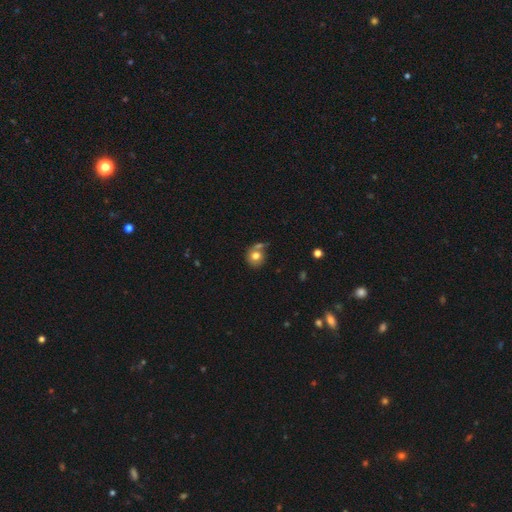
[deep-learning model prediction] Overall: smooth (74%). How rounded: round (82%). Merging: none (50%; merger 27%).